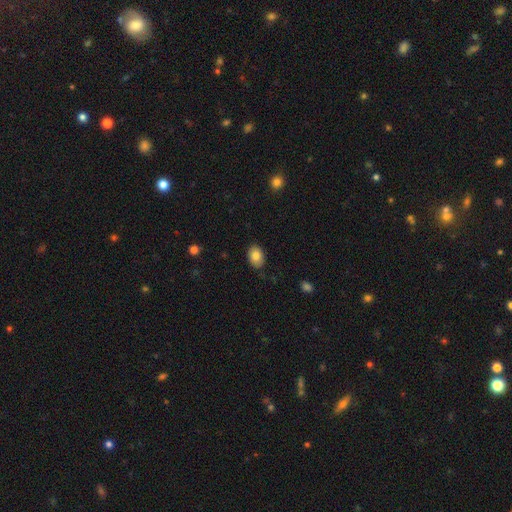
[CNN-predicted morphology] This is clearly a smooth galaxy (83%). How rounded: likely in between (79%). Merging: clearly none (86%).